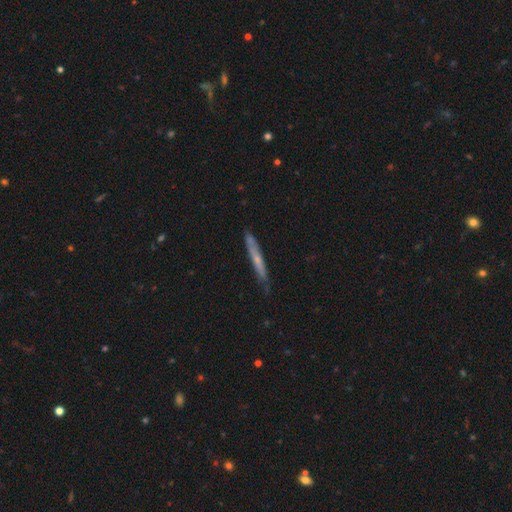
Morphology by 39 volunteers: featured or disk 54%, smooth 44%, star or artifact 3%. Down the decision tree: edge-on disk — yes (95%); edge-on bulge — none (70%); merging — none (82%).